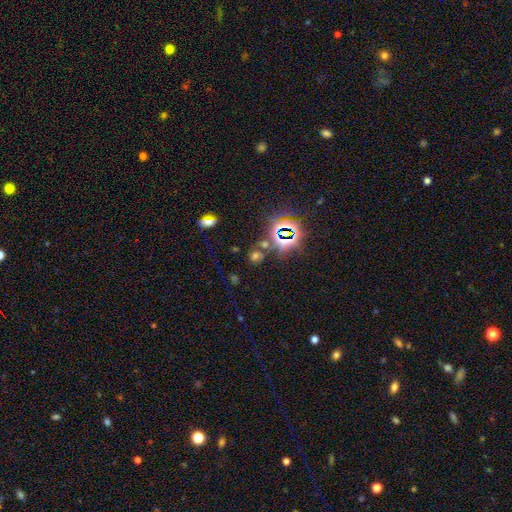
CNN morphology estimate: Smooth or featured? star or artifact (50%)